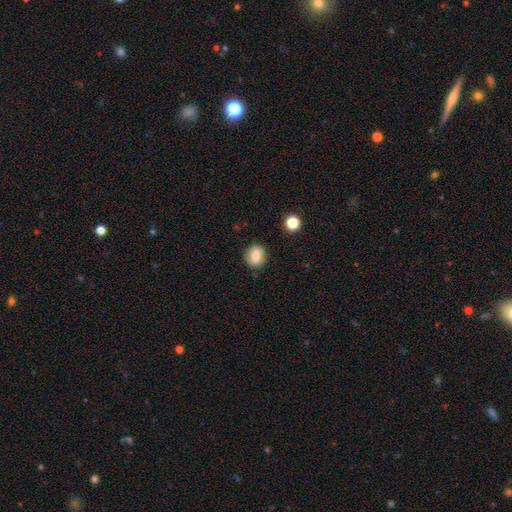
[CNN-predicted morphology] Smooth or featured?
  - smooth: 79% *
  - featured or disk: 11%
  - star or artifact: 10%
How rounded?
  - round: 76% *
  - in between: 23%
  - cigar-shaped: 1%
Merging?
  - none: 84% *
  - minor disturbance: 11%
  - major disturbance: 3%
  - merger: 2%